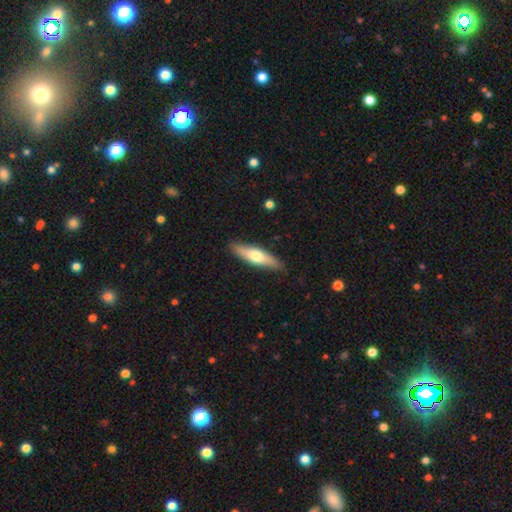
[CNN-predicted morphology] type=smooth (57%); roundness=cigar-shaped (67%); merging=none (87%).